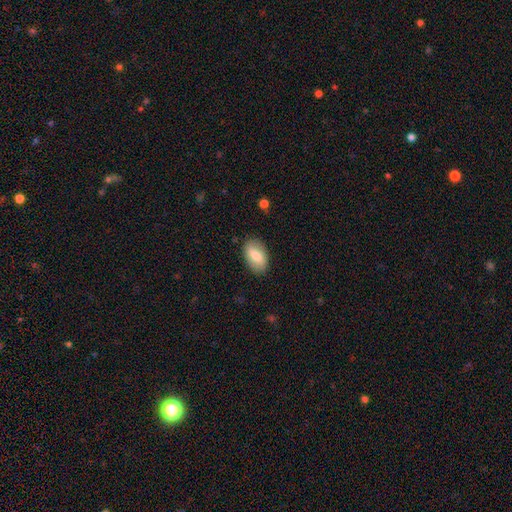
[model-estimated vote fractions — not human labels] Smooth or featured? smooth (72%)
How rounded? in between (92%)
Merging? none (84%)